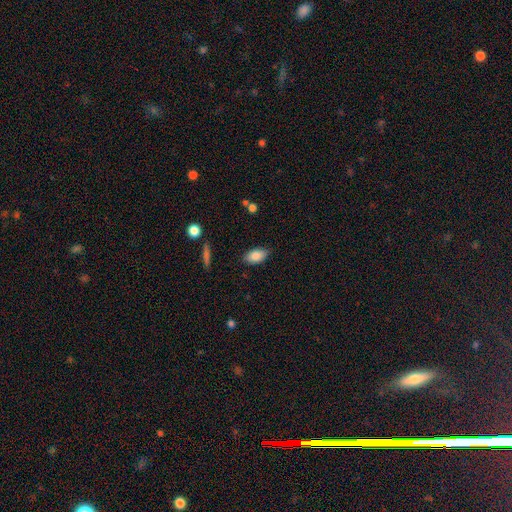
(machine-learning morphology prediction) Smooth or featured? Predicted: smooth (p=0.83). How rounded? Predicted: in between (p=0.91). Merging? Predicted: none (p=0.83).